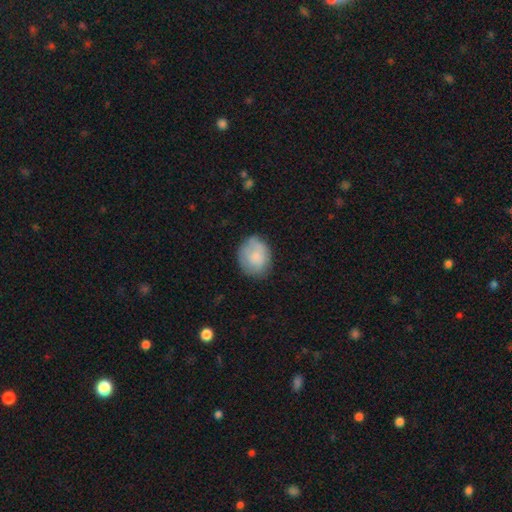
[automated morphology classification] smooth_or_featured: smooth (p=0.77) [alt: featured or disk p=0.16]
how_rounded: round (p=0.59) [alt: in between p=0.40]
merging: none (p=0.67) [alt: minor disturbance p=0.24]